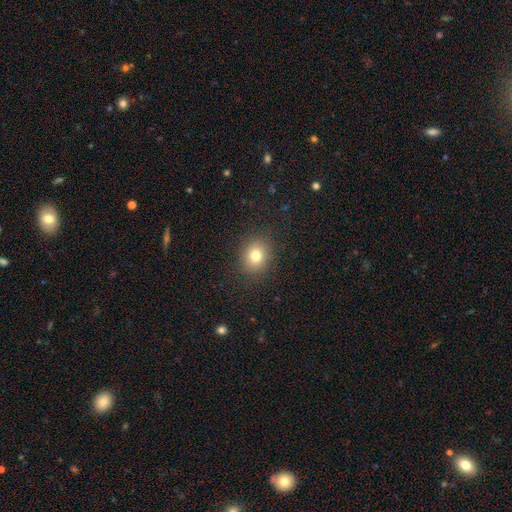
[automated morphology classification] This appears to be a smooth galaxy with no disk features (78%) that is round (65%). Merging: none (87%).